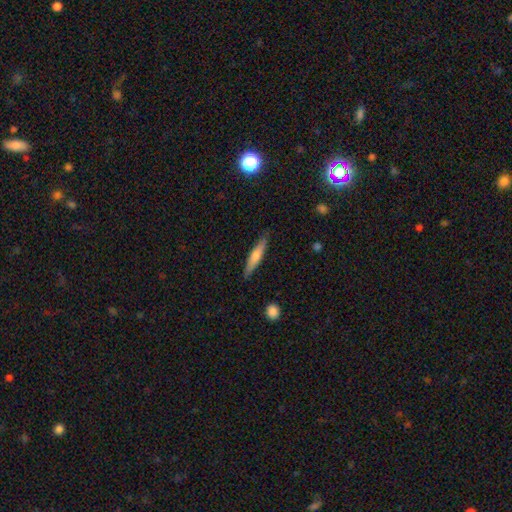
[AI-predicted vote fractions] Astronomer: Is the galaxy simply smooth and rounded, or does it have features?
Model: smooth — 53% (runner-up: featured or disk, 41%).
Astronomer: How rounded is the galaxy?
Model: cigar-shaped — 90%.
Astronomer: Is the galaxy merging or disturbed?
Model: none — 88%.